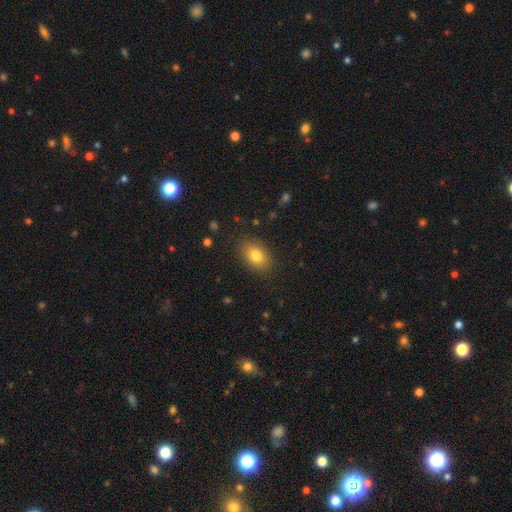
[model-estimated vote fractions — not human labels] A smooth galaxy with no disk features (82%) that is in between round and cigar-shaped (80%).

Vote fractions:
- Smooth or featured? smooth: 82% / star or artifact: 9% / featured or disk: 9%
- How rounded? in between: 80% / round: 19% / cigar-shaped: 1%
- Merging? none: 85% / minor disturbance: 10% / major disturbance: 3% / merger: 1%